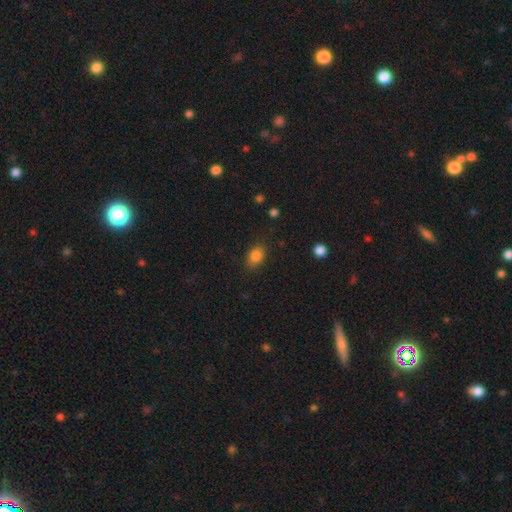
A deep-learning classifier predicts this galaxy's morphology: Q: Smooth or featured?
A: smooth (84%); runner-up: star or artifact (10%)
Q: How rounded?
A: in between (75%); runner-up: round (24%)
Q: Merging?
A: none (83%); runner-up: minor disturbance (13%)